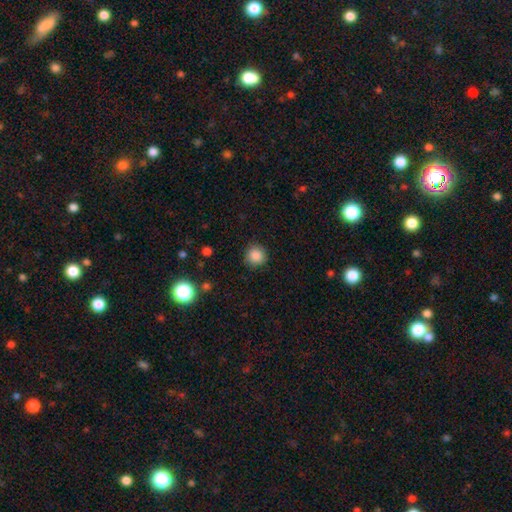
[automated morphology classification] Smooth or featured? Predicted: smooth (p=0.86). How rounded? Predicted: round (p=0.92). Merging? Predicted: none (p=0.88).